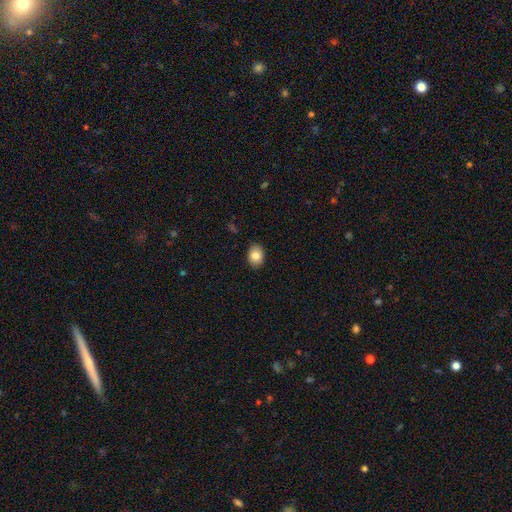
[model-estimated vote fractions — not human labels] Morphology: type=smooth (85%); roundness=in between (70%); merging=none (88%).